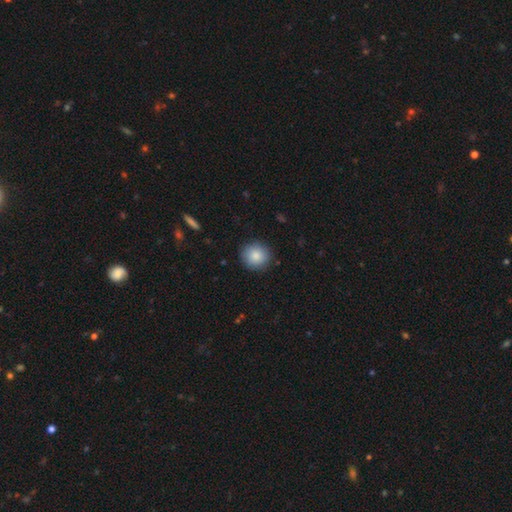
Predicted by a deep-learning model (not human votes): A smooth galaxy with no disk features (86%) that is round (92%). Merging: none (90%).